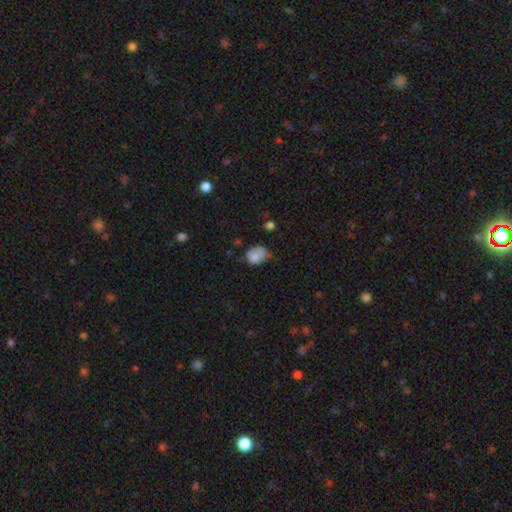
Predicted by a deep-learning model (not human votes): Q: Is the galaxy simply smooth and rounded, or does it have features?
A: smooth — 79%.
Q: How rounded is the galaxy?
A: in between — 61%.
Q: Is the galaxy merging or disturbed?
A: minor disturbance — 41%.